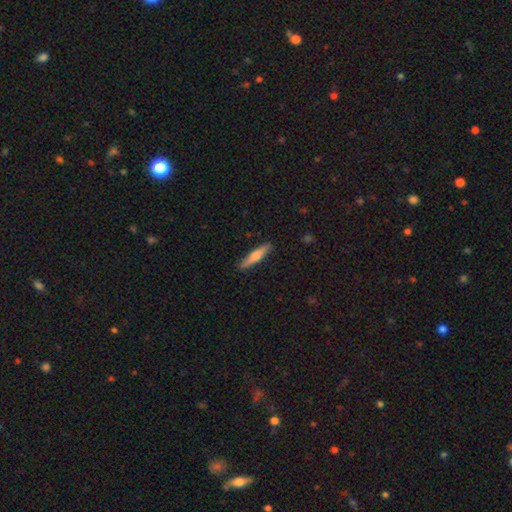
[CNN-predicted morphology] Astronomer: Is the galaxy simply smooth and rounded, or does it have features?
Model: smooth — 55% (runner-up: featured or disk, 40%).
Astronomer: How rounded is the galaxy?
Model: cigar-shaped — 88%.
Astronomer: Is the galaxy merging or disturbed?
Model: none — 89%.